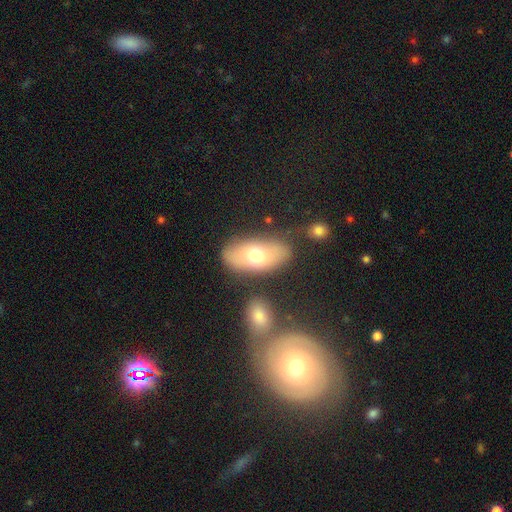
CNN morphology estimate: Smooth or featured?
  - smooth: 69% *
  - featured or disk: 23%
  - star or artifact: 8%
How rounded?
  - in between: 91% *
  - round: 6%
  - cigar-shaped: 3%
Merging?
  - none: 71% *
  - minor disturbance: 15%
  - merger: 8%
  - major disturbance: 5%